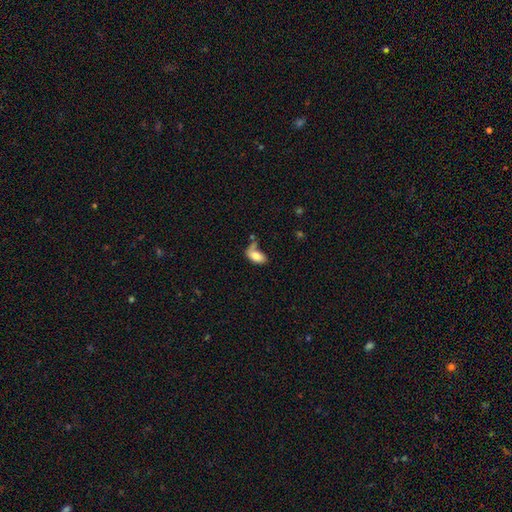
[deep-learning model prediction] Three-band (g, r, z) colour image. It shows a smooth galaxy with no disk features (79%) that is in between round and cigar-shaped (92%). Merging: none (38%).